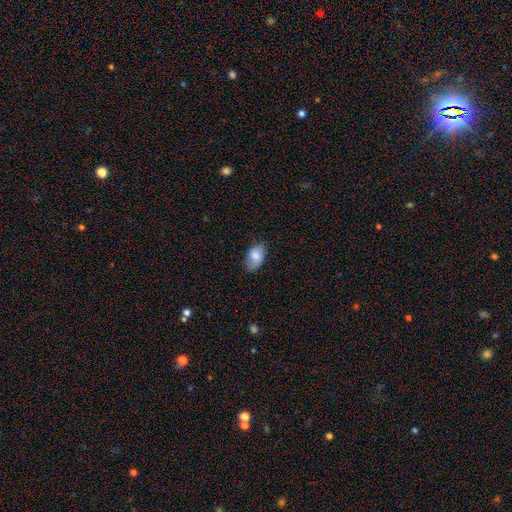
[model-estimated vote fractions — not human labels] This is likely a smooth galaxy (78%). How rounded: clearly in between (91%). Merging: likely none (71%).